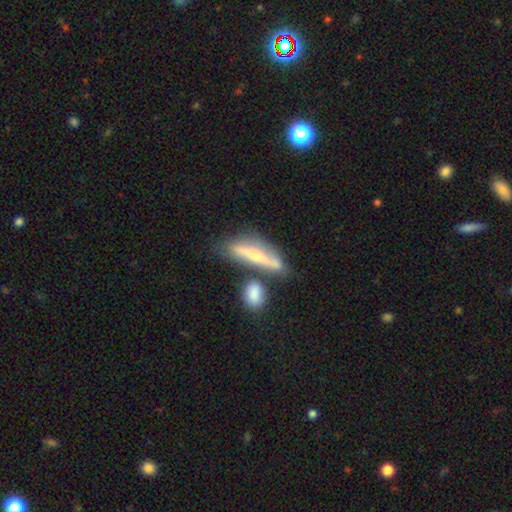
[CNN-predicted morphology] smooth_or_featured: featured or disk (p=0.51) [alt: smooth p=0.43]
disk_edge_on: yes (p=0.69) [alt: no p=0.31]
merging: none (p=0.51) [alt: merger p=0.21]